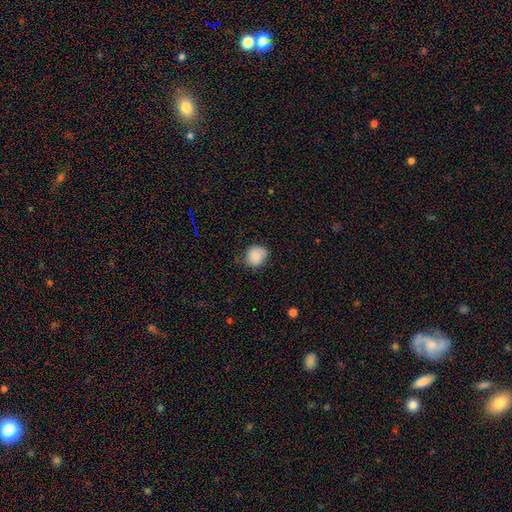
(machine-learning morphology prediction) A smooth galaxy with no disk features (81%) that is round (70%). Merging: none (64%).